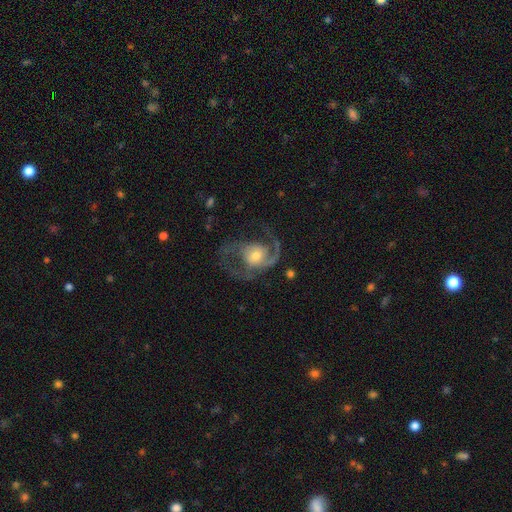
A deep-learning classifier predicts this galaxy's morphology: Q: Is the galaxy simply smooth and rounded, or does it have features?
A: featured or disk — 81%.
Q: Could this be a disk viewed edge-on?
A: no — 97%.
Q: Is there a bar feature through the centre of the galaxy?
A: no — 64%.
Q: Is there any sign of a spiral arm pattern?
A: yes — 91%.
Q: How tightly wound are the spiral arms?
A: medium — 50%.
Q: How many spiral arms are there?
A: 2 — 66%.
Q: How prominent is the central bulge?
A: moderate — 56%.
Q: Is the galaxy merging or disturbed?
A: none — 49%.